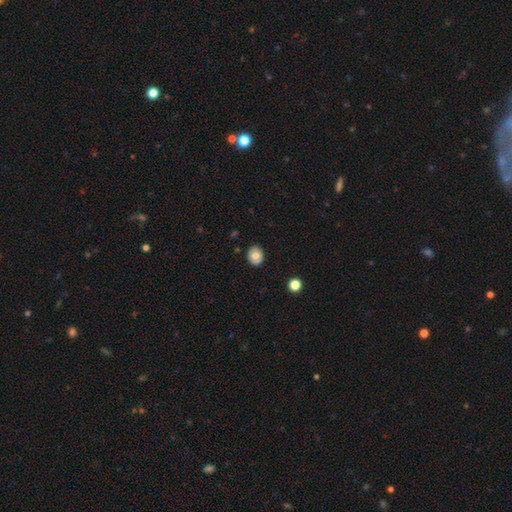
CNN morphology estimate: type=smooth (74%); roundness=round (63%); merging=none (86%).